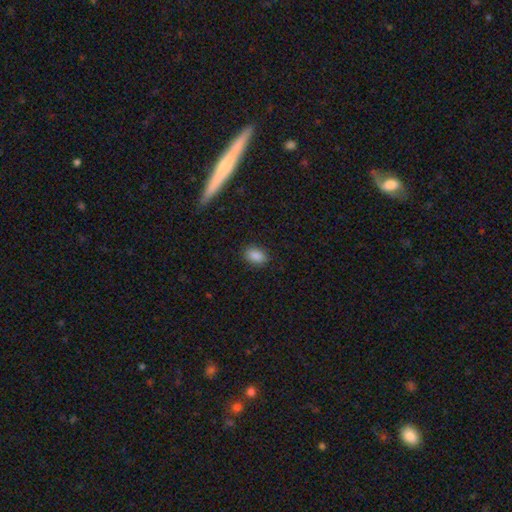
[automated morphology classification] Overall: smooth (87%). How rounded: in between (84%). Merging: none (86%).